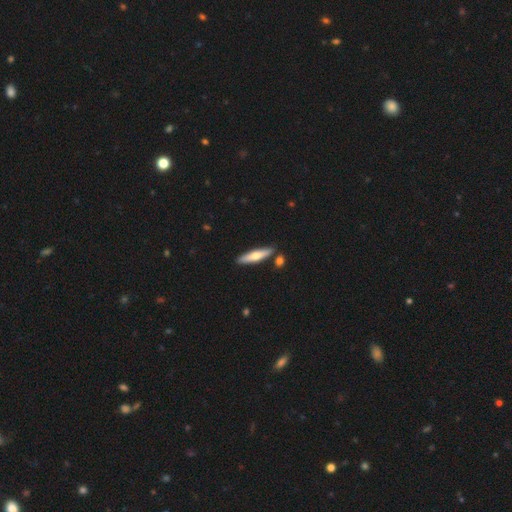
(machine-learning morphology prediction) Q: Smooth or featured?
A: smooth (54%); runner-up: featured or disk (41%)
Q: How rounded?
A: cigar-shaped (81%); runner-up: in between (18%)
Q: Merging?
A: none (85%); runner-up: minor disturbance (8%)